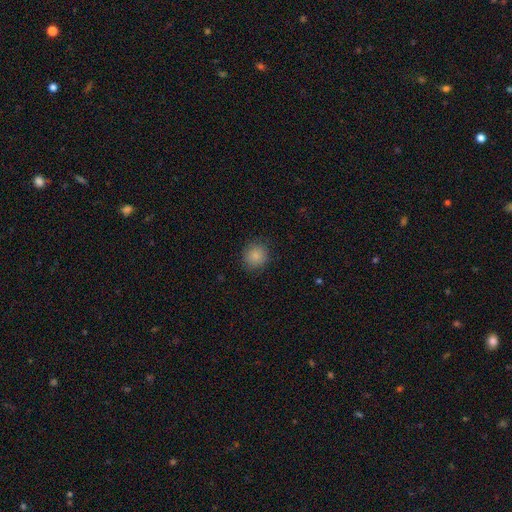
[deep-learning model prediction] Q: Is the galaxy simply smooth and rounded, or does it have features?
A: smooth — 86%.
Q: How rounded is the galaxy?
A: round — 89%.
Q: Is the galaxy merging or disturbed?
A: none — 88%.